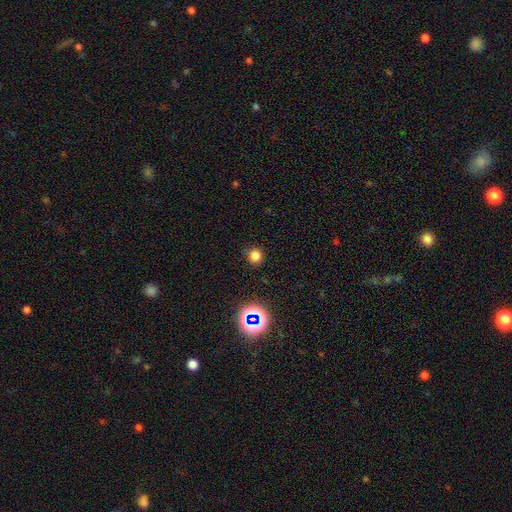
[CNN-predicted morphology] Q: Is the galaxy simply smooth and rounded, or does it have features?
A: smooth — 76%.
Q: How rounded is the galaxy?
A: round — 88%.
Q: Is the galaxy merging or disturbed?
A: none — 85%.